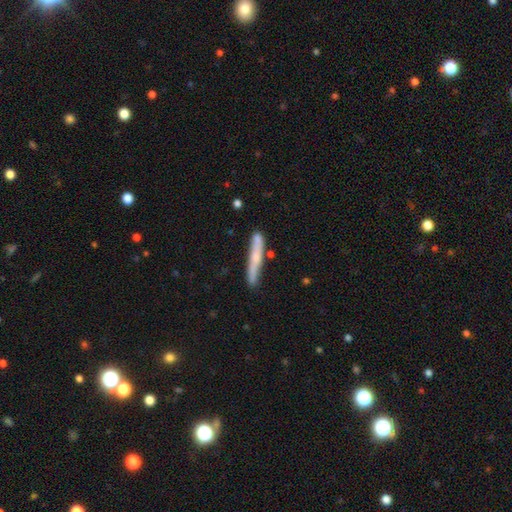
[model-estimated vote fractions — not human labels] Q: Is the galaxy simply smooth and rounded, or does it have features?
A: smooth — 50%.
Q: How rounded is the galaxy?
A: cigar-shaped — 95%.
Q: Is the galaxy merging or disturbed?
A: none — 79%.